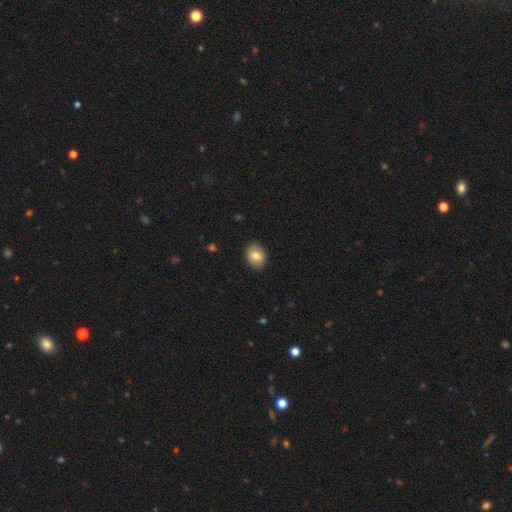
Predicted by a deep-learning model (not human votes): The model was most divided on "how rounded": in between: 64%, round: 35%, cigar-shaped: 1%. More confident: merging — none (89%); smooth or featured — smooth (83%).